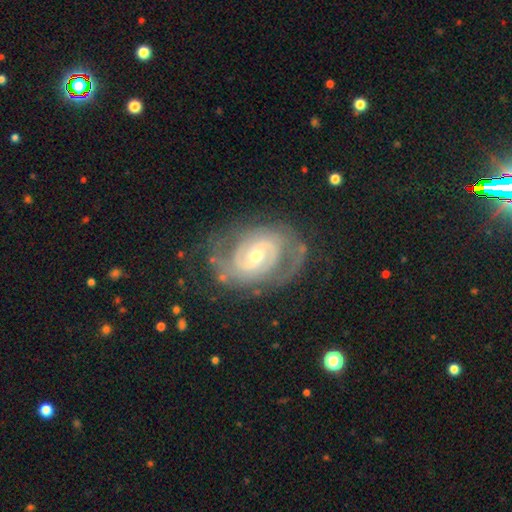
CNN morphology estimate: A featured or disk galaxy (86%) with a weak bar (44%), 2 (64%) tight (54%) spiral arms (93%) and a small central bulge (49%). Merging: none (67%).